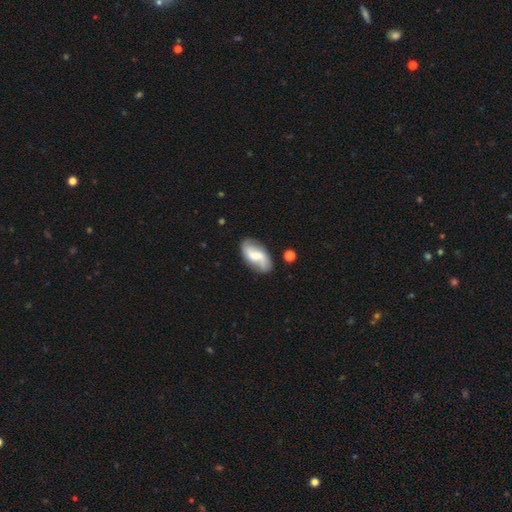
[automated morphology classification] smooth-or-featured: featured or disk: 67% | smooth: 27% | star or artifact: 6%
  disk-edge-on: no: 96% | yes: 4%
    bar: weak: 51% | no: 28% | strong: 21%
    has-spiral-arms: yes: 91% | no: 9%
      spiral-winding: loose: 61% | medium: 29% | tight: 10%
      spiral-arm-count: 2: 88% | can't tell: 6% | 1: 3% | 3: 1% | 4: 1% | more than 4: 1%
    bulge-size: moderate: 36% | small: 34% | none: 18% | large: 10% | dominant: 2%
  merging: none: 77% | minor disturbance: 15% | major disturbance: 4% | merger: 3%